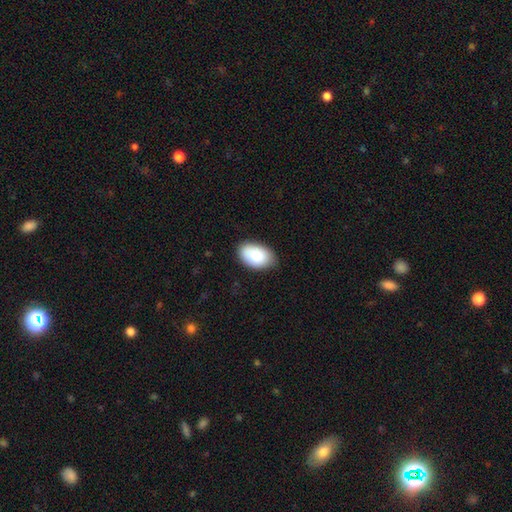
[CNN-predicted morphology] A smooth galaxy with no disk features (83%) that is in between round and cigar-shaped (91%).

Vote fractions:
- Smooth or featured? smooth: 83% / featured or disk: 11% / star or artifact: 7%
- How rounded? in between: 91% / round: 8% / cigar-shaped: 1%
- Merging? none: 81% / minor disturbance: 15% / major disturbance: 3% / merger: 1%